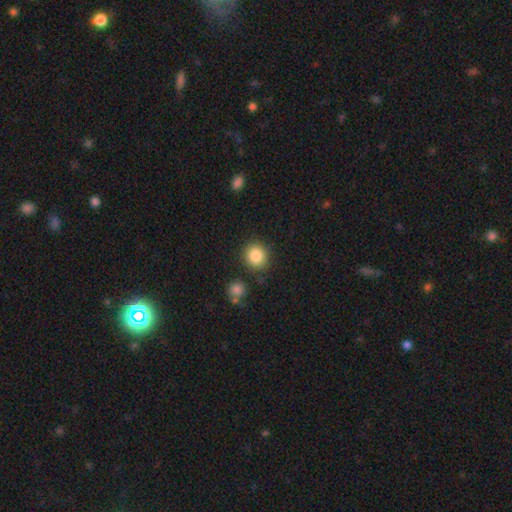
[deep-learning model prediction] This appears to be a smooth galaxy with no disk features (86%) that is round (89%). Merging: none (86%).